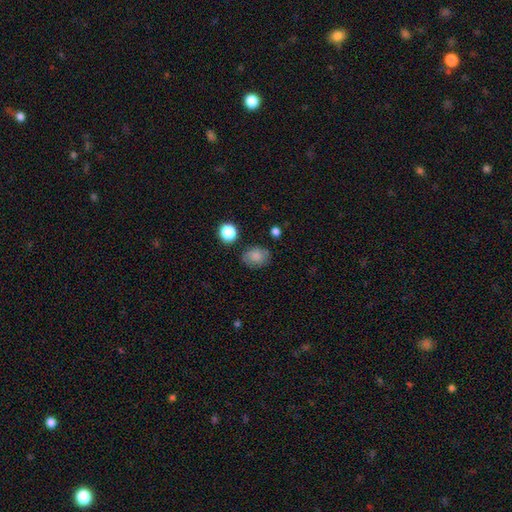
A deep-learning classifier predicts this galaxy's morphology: smooth 83%, star or artifact 10%, featured or disk 7%. Down the decision tree: how rounded — in between (64%); merging — none (77%).